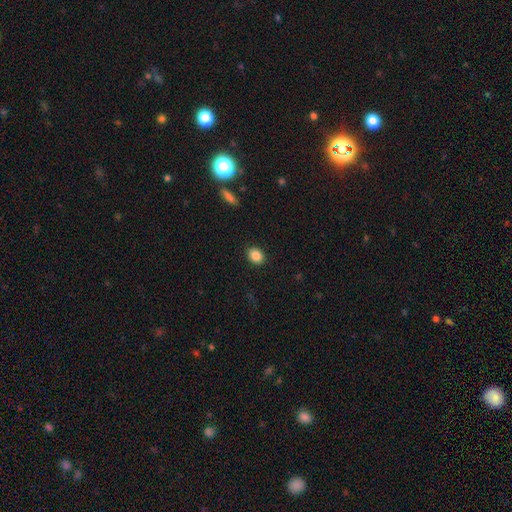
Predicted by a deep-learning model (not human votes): Smooth or featured?
  - smooth: 86% *
  - star or artifact: 9%
  - featured or disk: 5%
How rounded?
  - round: 50% *
  - in between: 49%
  - cigar-shaped: 1%
Merging?
  - none: 90% *
  - minor disturbance: 7%
  - major disturbance: 2%
  - merger: 1%